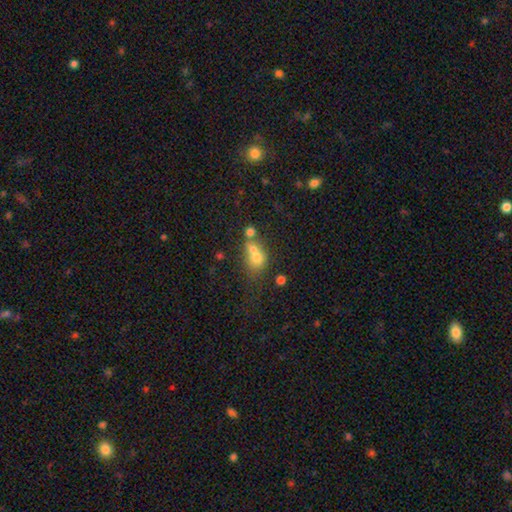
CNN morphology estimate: smooth-or-featured: smooth: 65% | featured or disk: 21% | star or artifact: 14%
  how-rounded: round: 62% | in between: 37% | cigar-shaped: 2%
  merging: merger: 62% | none: 24% | minor disturbance: 8% | major disturbance: 6%